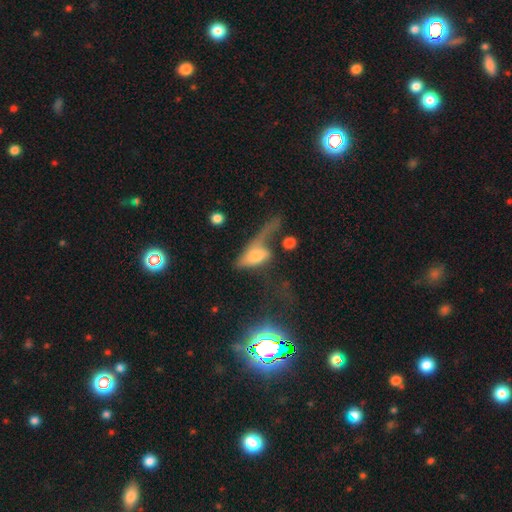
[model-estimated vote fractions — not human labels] Q: Smooth or featured?
A: smooth (54%); runner-up: featured or disk (36%)
Q: How rounded?
A: in between (78%); runner-up: cigar-shaped (15%)
Q: Merging?
A: major disturbance (56%); runner-up: none (15%)